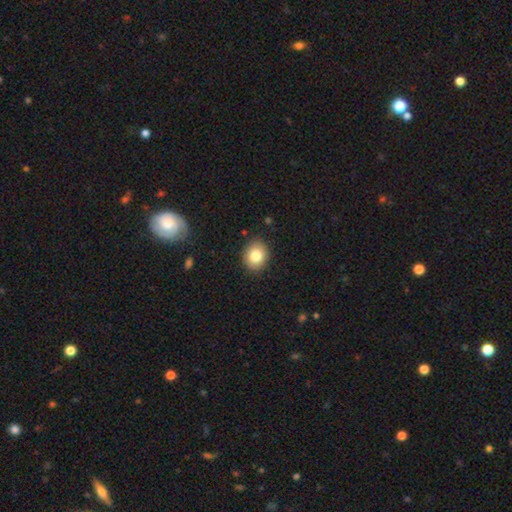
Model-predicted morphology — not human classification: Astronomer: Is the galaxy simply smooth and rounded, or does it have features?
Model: smooth — 81%.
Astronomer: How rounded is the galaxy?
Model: round — 66%.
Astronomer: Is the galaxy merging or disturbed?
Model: none — 89%.